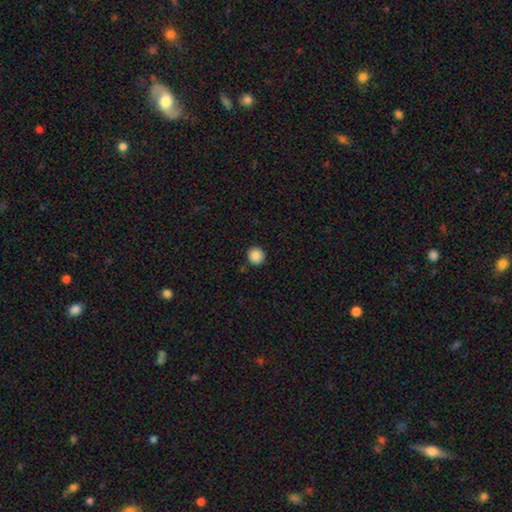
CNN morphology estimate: The model was most divided on "smooth or featured": smooth: 88%, star or artifact: 9%, featured or disk: 3%. More confident: how rounded — round (93%); merging — none (90%).